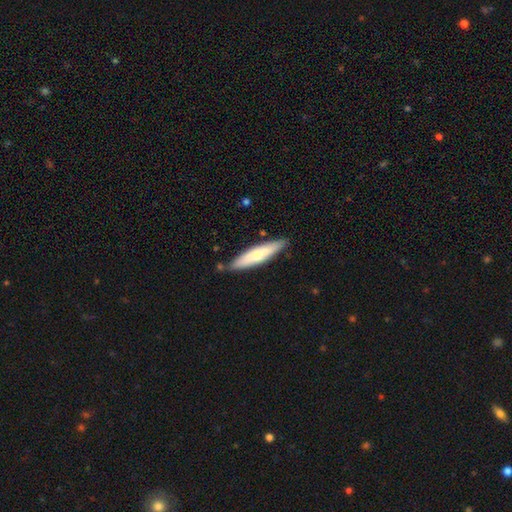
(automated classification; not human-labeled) The model was most divided on "smooth or featured": smooth: 63%, featured or disk: 32%, star or artifact: 5%. More confident: merging — none (83%); how rounded — cigar-shaped (80%).